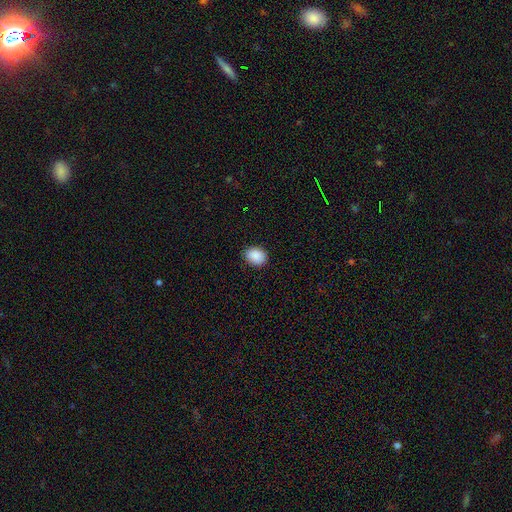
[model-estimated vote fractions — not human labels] A smooth galaxy with no disk features (89%) that is in between round and cigar-shaped (66%). Merging: none (86%).